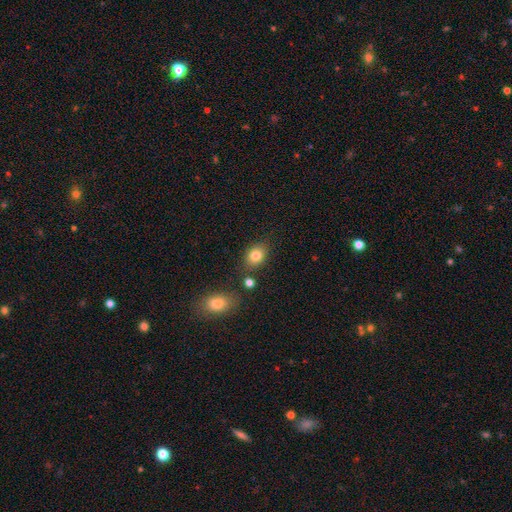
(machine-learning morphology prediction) Smooth or featured: smooth — 82% (star or artifact — 10%)
How rounded: in between — 64% (round — 35%)
Merging: none — 76% (minor disturbance — 13%)